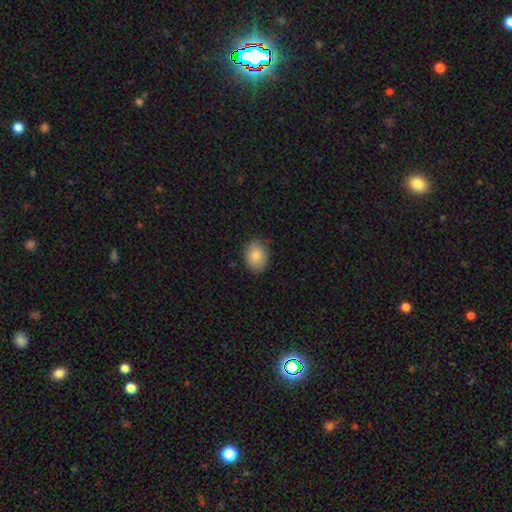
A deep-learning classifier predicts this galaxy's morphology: smooth-or-featured: smooth: 84% | featured or disk: 9% | star or artifact: 7%
  how-rounded: in between: 65% | round: 34% | cigar-shaped: 1%
  merging: none: 81% | minor disturbance: 16% | major disturbance: 3% | merger: 1%